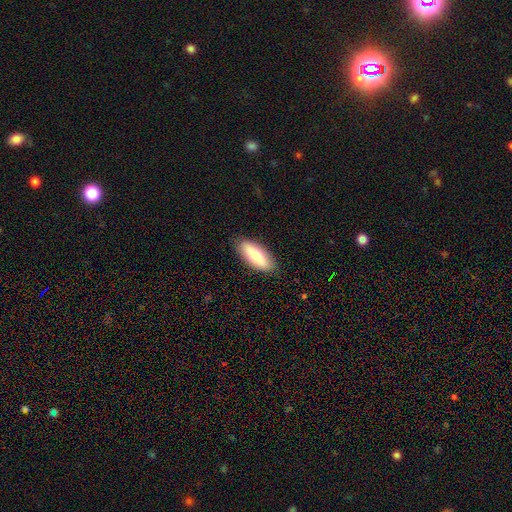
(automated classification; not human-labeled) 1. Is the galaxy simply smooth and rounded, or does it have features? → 75% smooth, 19% featured or disk, 6% star or artifact.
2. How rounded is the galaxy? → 73% in between, 25% cigar-shaped, 2% round.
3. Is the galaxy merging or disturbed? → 86% none, 11% minor disturbance, 2% major disturbance, 1% merger.